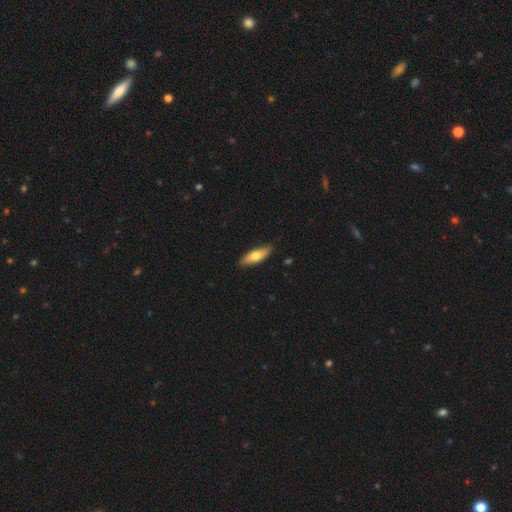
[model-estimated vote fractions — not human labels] Smooth or featured? smooth (70%)
How rounded? in between (57%)
Merging? none (86%)